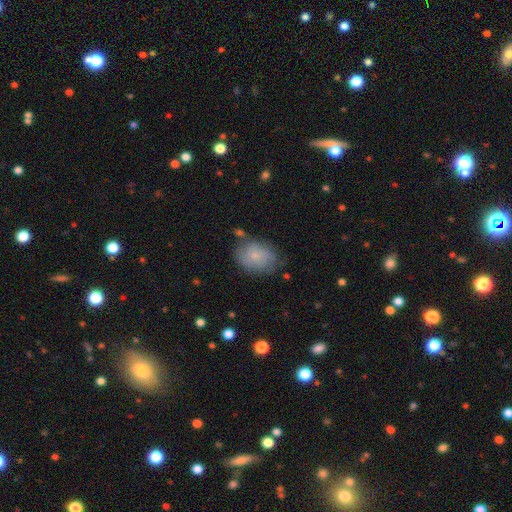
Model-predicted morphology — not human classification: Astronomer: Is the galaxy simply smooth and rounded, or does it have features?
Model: smooth — 73%.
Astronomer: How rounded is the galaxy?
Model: in between — 70%.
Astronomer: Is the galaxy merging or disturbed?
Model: none — 65%.